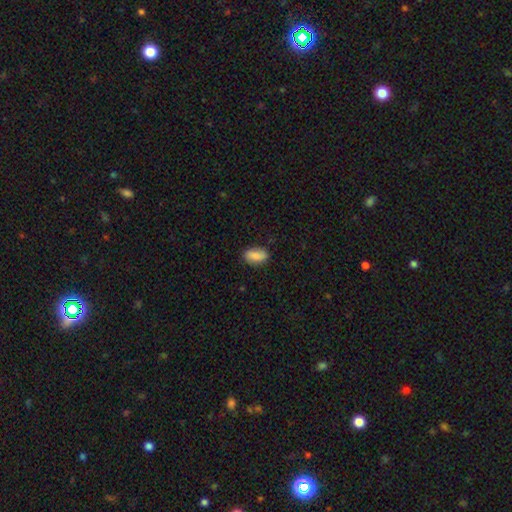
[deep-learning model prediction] Morphology: type=smooth (85%); roundness=in between (90%); merging=none (80%).